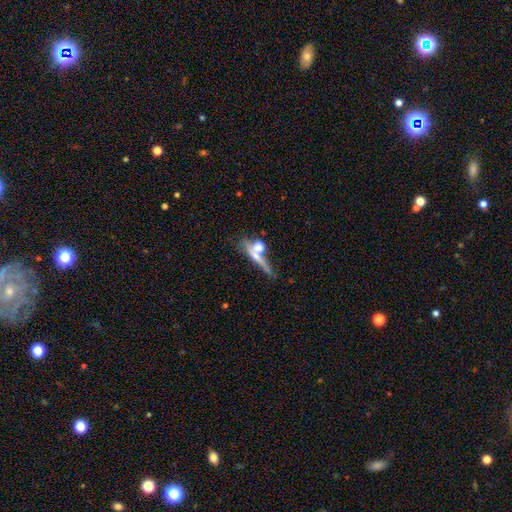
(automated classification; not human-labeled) Smooth or featured? Predicted: smooth (p=0.51). How rounded? Predicted: cigar-shaped (p=0.60). Merging? Predicted: merger (p=0.41).